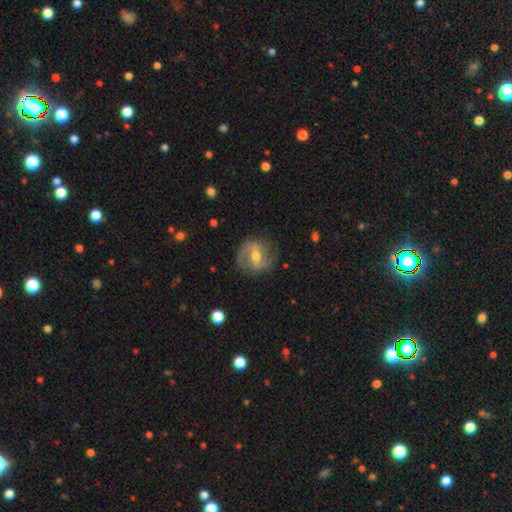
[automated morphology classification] A featured or disk galaxy (75%) with a strong bar (44%), 2 (83%) medium (44%) spiral arms (81%) and a moderate central bulge (67%).

Vote fractions:
- Smooth or featured? featured or disk: 75% / smooth: 18% / star or artifact: 7%
- Edge-on disk? no: 94% / yes: 6%
- Bar? strong: 44% / weak: 42% / no: 14%
- Spiral arms? yes: 81% / no: 19%
- Spiral winding? medium: 44% / loose: 34% / tight: 22%
- Spiral arm count? 2: 83% / can't tell: 9% / 1: 3% / 3: 2% / 4: 1% / more than 4: 1%
- Bulge size? moderate: 67% / small: 26% / large: 4% / none: 1% / dominant: 1%
- Merging? none: 78% / minor disturbance: 15% / major disturbance: 6% / merger: 1%